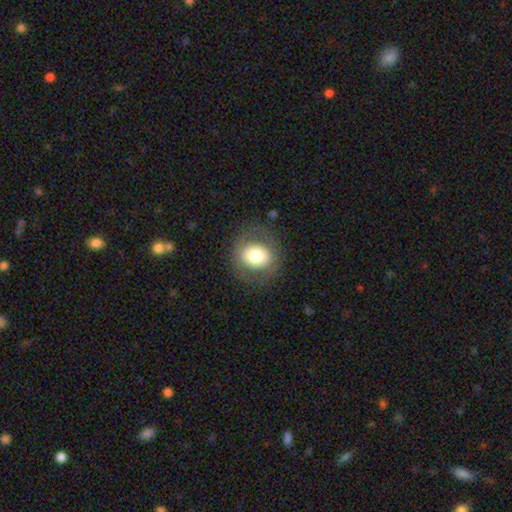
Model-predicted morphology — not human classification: smooth_or_featured: smooth (p=0.65) [alt: featured or disk p=0.26]
how_rounded: round (p=0.80) [alt: in between p=0.19]
merging: none (p=0.80) [alt: minor disturbance p=0.11]